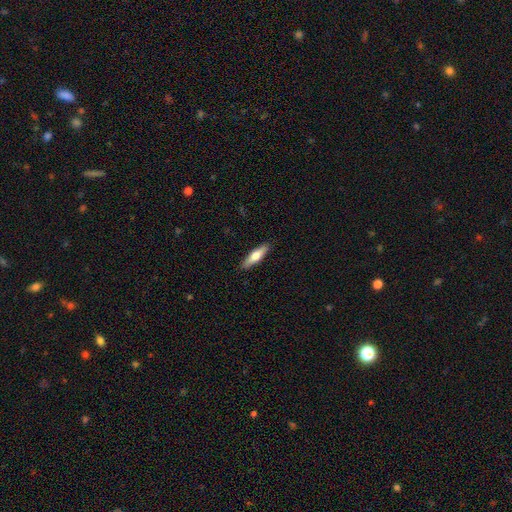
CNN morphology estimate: This appears to be a smooth galaxy with no disk features (58%) that is cigar-shaped (68%). Merging: none (90%).